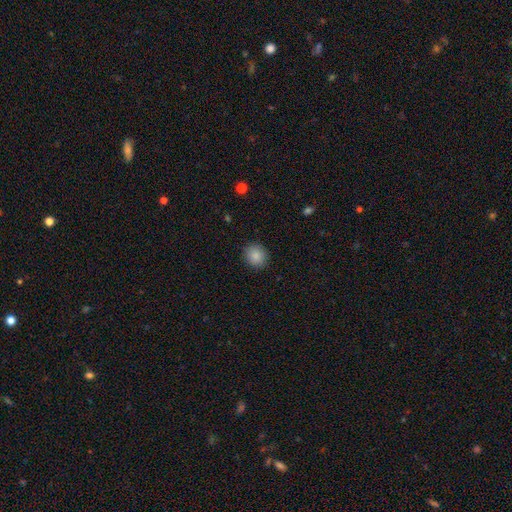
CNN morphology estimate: This appears to be a smooth galaxy with no disk features (87%) that is round (77%). Merging: none (89%).